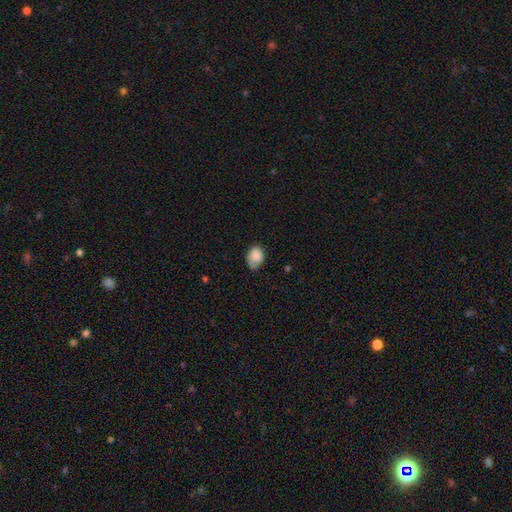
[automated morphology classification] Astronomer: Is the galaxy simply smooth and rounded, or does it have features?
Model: smooth — 83%.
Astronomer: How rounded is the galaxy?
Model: in between — 73%.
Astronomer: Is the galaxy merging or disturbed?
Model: none — 52% (runner-up: minor disturbance, 36%).